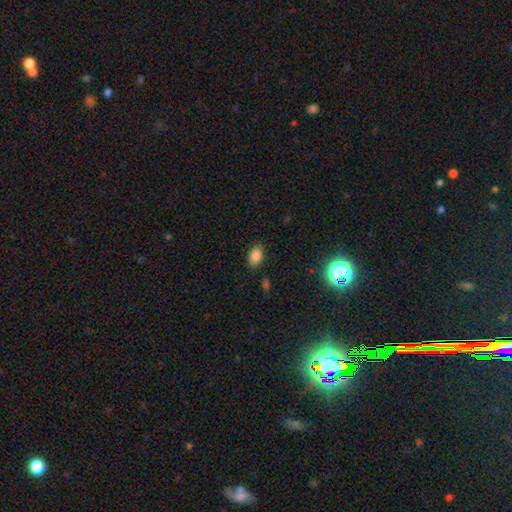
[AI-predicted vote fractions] The model was most divided on "merging": none: 86%, minor disturbance: 10%, major disturbance: 3%, merger: 2%. More confident: how rounded — in between (91%); smooth or featured — smooth (85%).